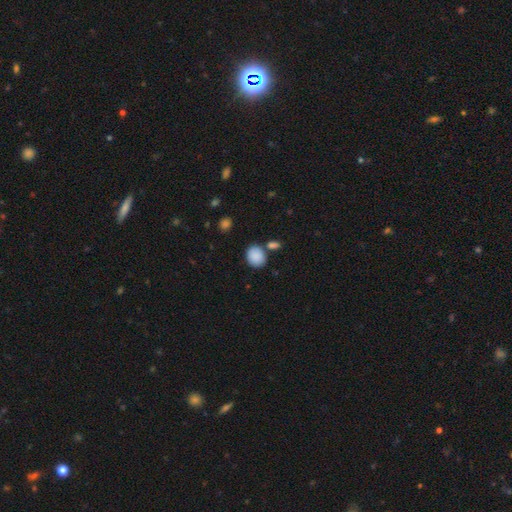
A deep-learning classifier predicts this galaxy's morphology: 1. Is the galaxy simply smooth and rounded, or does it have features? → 88% smooth, 8% star or artifact, 4% featured or disk.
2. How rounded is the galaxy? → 54% round, 45% in between, 1% cigar-shaped.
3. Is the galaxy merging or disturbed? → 72% none, 12% minor disturbance, 12% merger, 4% major disturbance.